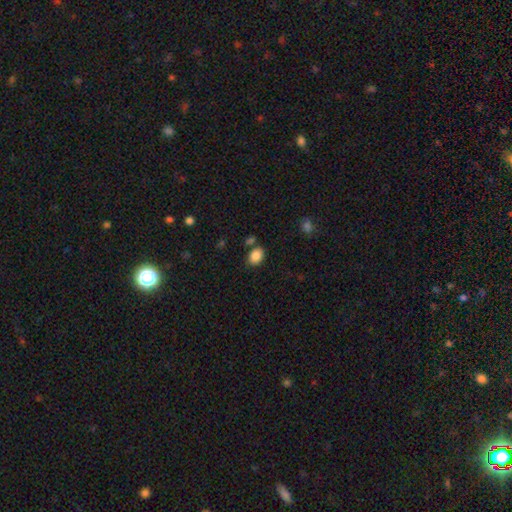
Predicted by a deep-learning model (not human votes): Morphology: type=smooth (87%); roundness=in between (74%); merging=none (73%).